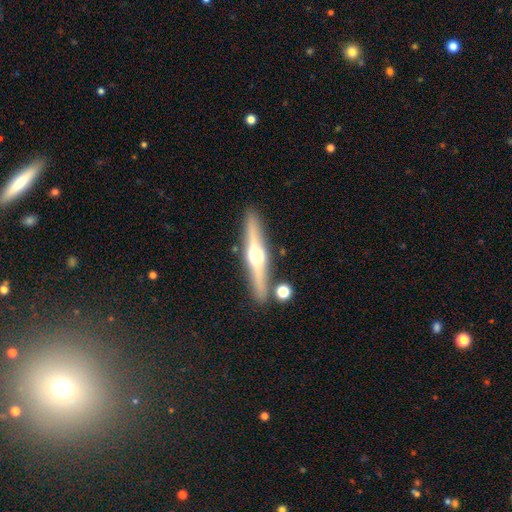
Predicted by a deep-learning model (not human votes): This appears to be a featured or disk galaxy (75%) viewed edge-on (97%) with a rounded central bulge (95%). Merging: none (86%).